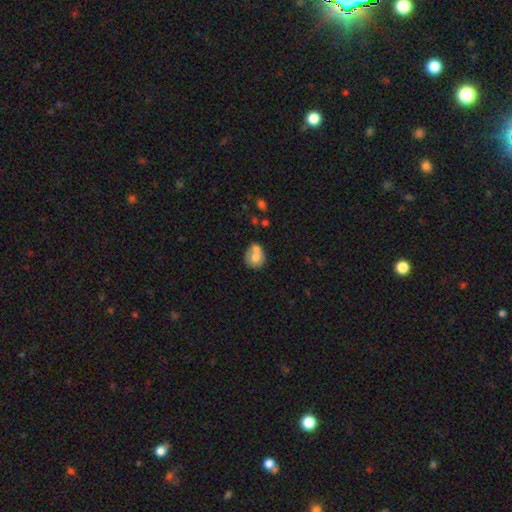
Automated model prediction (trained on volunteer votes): Overall: smooth (66%). How rounded: round (75%). Merging: merger (50%; none 34%).